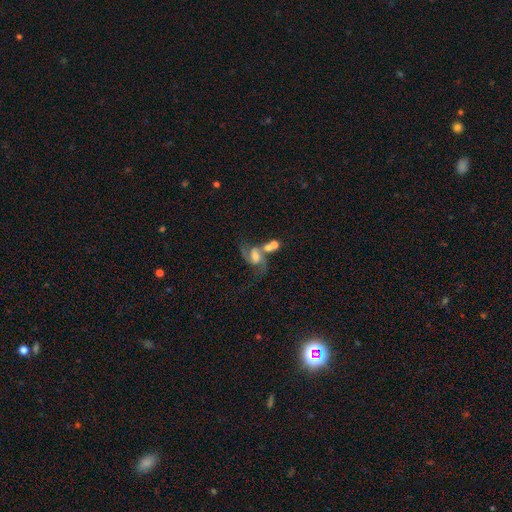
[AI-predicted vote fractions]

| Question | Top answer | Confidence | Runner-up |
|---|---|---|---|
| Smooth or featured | featured or disk | 76% | smooth (14%) |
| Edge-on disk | no | 96% | yes (4%) |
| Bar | no | 47% | weak (40%) |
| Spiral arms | yes | 93% | no (7%) |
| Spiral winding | loose | 53% | medium (38%) |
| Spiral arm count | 2 | 85% | 1 (7%) |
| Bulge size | moderate | 53% | small (22%) |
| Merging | merger | 37% | none (35%) |